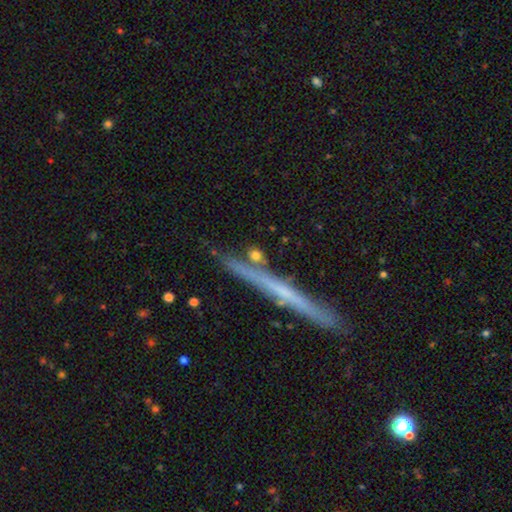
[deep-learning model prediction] Smooth or featured: smooth — 63% (featured or disk — 22%)
How rounded: round — 48% (cigar-shaped — 35%)
Merging: none — 76% (minor disturbance — 11%)